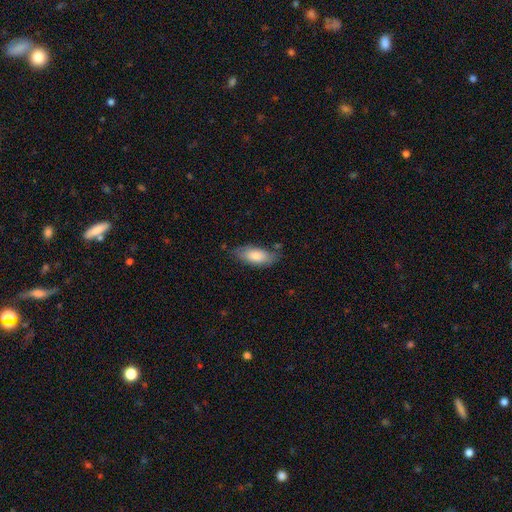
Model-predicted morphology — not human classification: smooth 77%, featured or disk 17%, star or artifact 6%. Down the decision tree: how rounded — in between (81%); merging — none (71%).